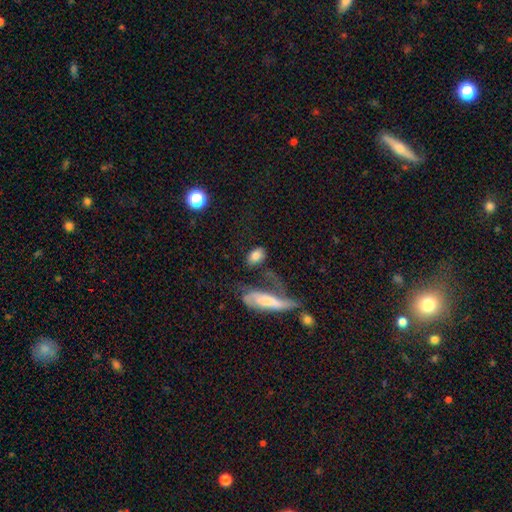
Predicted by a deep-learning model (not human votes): Smooth or featured?
  - smooth: 77% *
  - featured or disk: 15%
  - star or artifact: 8%
How rounded?
  - in between: 83% *
  - round: 11%
  - cigar-shaped: 6%
Merging?
  - none: 55% *
  - merger: 16%
  - minor disturbance: 16%
  - major disturbance: 13%